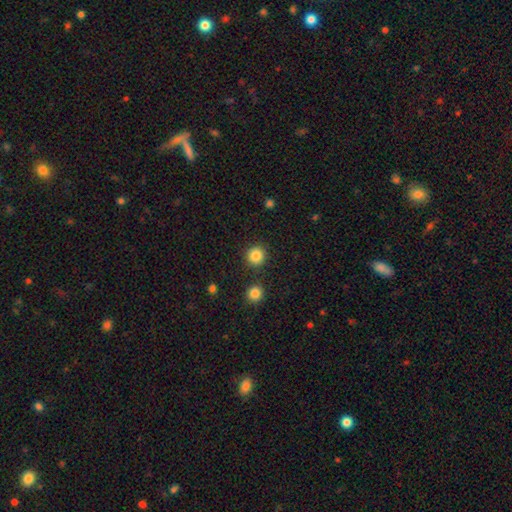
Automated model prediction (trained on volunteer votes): This appears to be a smooth galaxy with no disk features (86%) that is round (94%). Merging: none (88%).